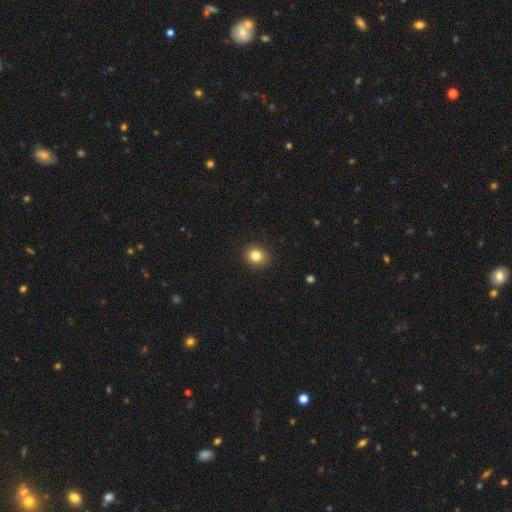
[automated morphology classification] This is clearly a smooth galaxy (83%). How rounded: likely round (73%). Merging: clearly none (91%).